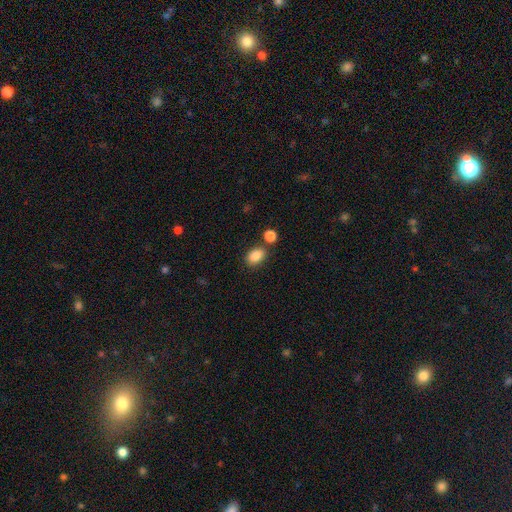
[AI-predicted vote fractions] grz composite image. It shows a smooth galaxy with no disk features (86%) that is in between round and cigar-shaped (83%). Merging: none (75%).